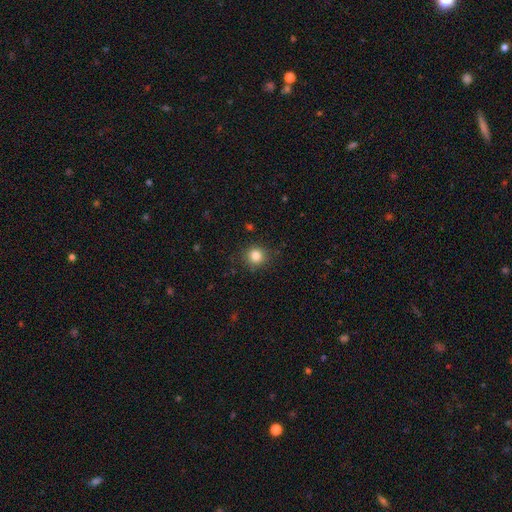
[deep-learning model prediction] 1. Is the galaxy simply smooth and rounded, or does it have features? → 83% smooth, 12% star or artifact, 6% featured or disk.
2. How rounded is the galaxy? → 91% round, 9% in between, 1% cigar-shaped.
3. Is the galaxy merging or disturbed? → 88% none, 8% minor disturbance, 3% major disturbance, 1% merger.